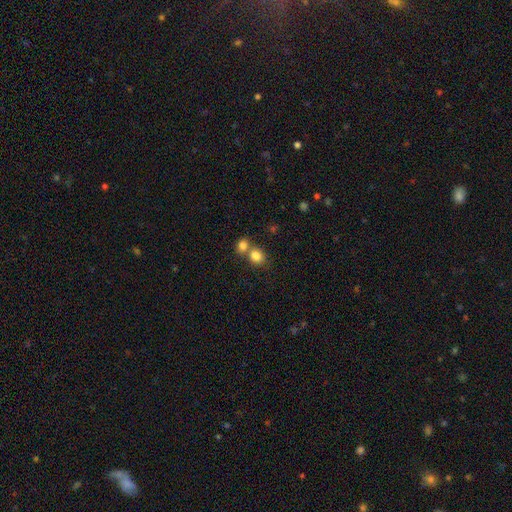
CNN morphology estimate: Overall: smooth (83%). How rounded: round (73%). Merging: merger (45%, tied with none).